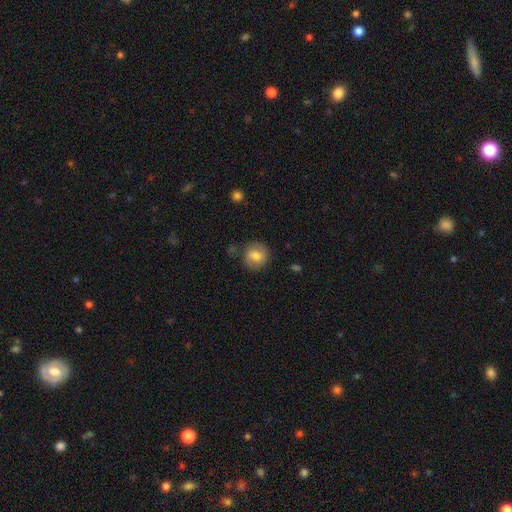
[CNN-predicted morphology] smooth_or_featured: smooth (p=0.76) [alt: featured or disk p=0.16]
how_rounded: round (p=0.87) [alt: in between p=0.12]
merging: none (p=0.81) [alt: minor disturbance p=0.12]